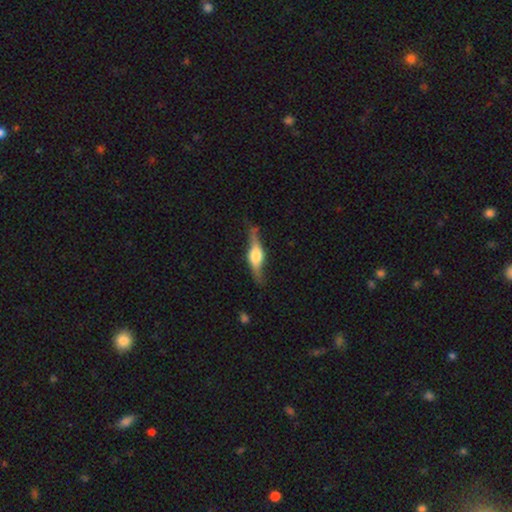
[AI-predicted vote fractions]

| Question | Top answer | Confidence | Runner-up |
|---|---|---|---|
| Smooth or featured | featured or disk | 73% | smooth (22%) |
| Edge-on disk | yes | 92% | no (8%) |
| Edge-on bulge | rounded | 89% | boxy (9%) |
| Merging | none | 75% | minor disturbance (18%) |